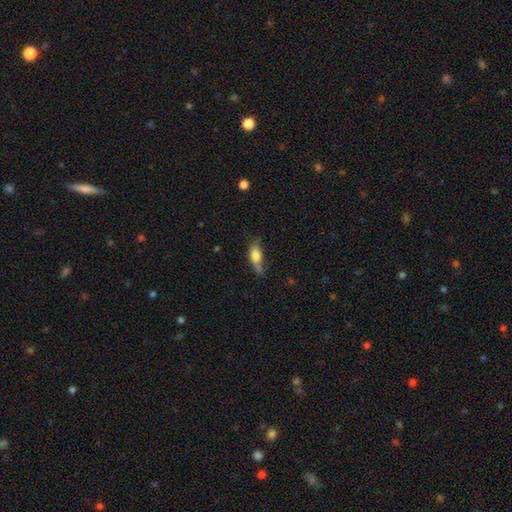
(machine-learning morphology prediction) smooth 71%, featured or disk 22%, star or artifact 8%. Down the decision tree: how rounded — in between (69%); merging — none (48%).